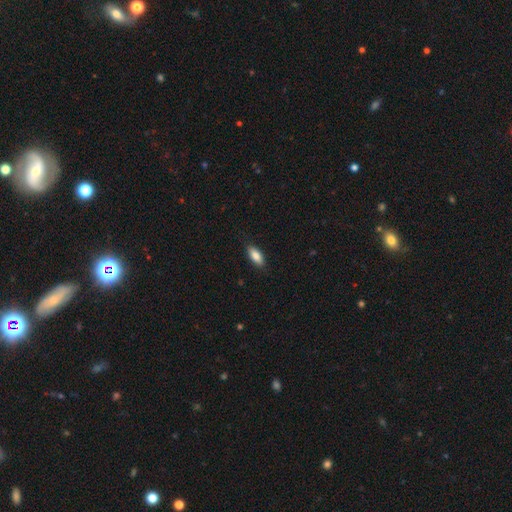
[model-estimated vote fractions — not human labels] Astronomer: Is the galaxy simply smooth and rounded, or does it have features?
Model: smooth — 85%.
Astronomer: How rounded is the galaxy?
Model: in between — 83%.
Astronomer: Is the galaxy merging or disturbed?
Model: none — 86%.